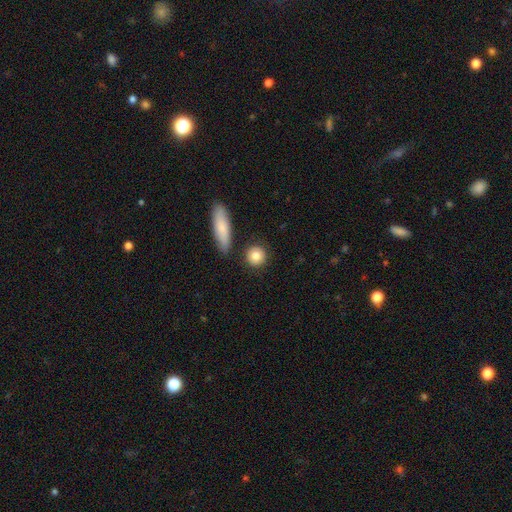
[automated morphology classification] Smooth or featured? Predicted: smooth (p=0.84). How rounded? Predicted: round (p=0.85). Merging? Predicted: none (p=0.84).